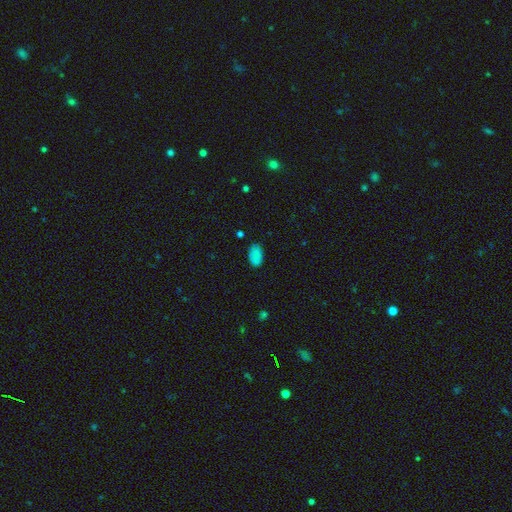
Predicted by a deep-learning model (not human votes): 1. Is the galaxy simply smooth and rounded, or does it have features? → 83% smooth, 12% star or artifact, 5% featured or disk.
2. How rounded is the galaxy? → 93% in between, 5% round, 2% cigar-shaped.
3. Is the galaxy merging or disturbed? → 80% none, 14% minor disturbance, 3% major disturbance, 2% merger.